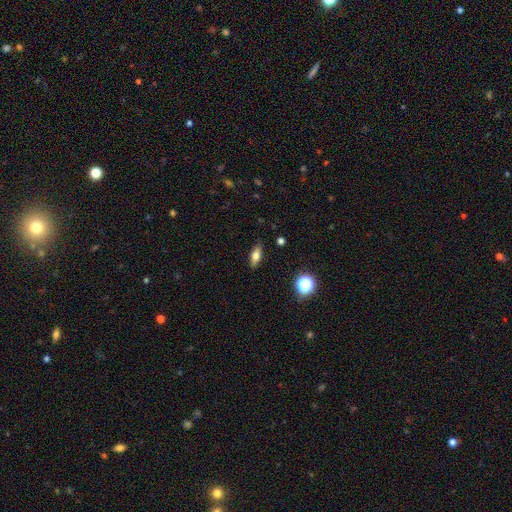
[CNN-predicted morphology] smooth 62%, featured or disk 28%, star or artifact 10%. Down the decision tree: how rounded — in between (64%); merging — none (87%).